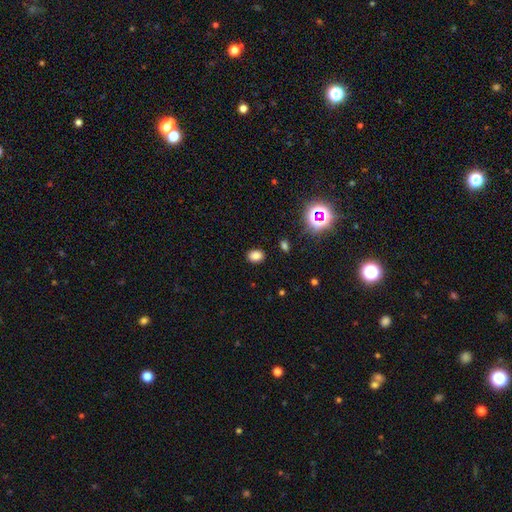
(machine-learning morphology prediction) A smooth galaxy with no disk features (80%) that is in between round and cigar-shaped (72%).

Vote fractions:
- Smooth or featured? smooth: 80% / star or artifact: 16% / featured or disk: 4%
- How rounded? in between: 72% / round: 27% / cigar-shaped: 1%
- Merging? none: 88% / minor disturbance: 8% / major disturbance: 3% / merger: 1%